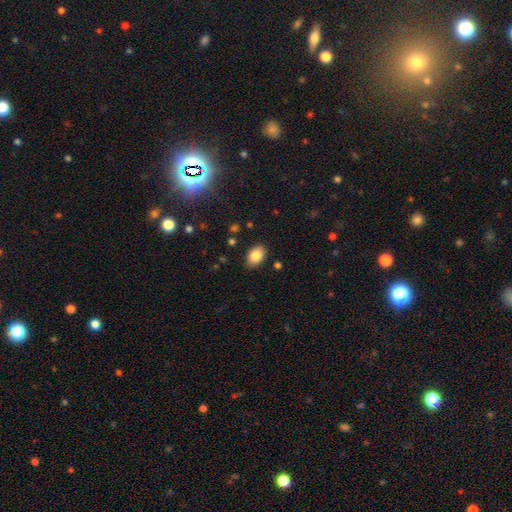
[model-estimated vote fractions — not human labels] The model was most divided on "how rounded": in between: 86%, round: 13%, cigar-shaped: 1%. More confident: merging — none (85%); smooth or featured — smooth (84%).